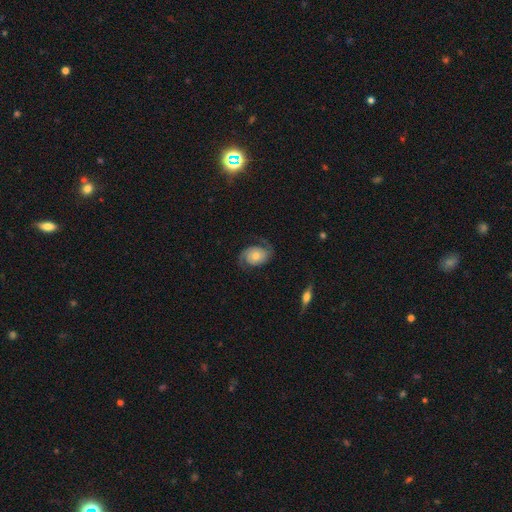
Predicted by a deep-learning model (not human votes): This appears to be a featured or disk galaxy (78%) with no bar (76%), 2 (89%) medium (42%) spiral arms (95%) and a moderate central bulge (48%). Merging: none (72%).